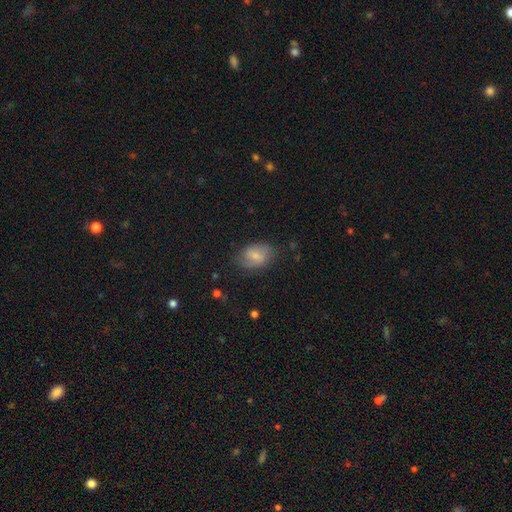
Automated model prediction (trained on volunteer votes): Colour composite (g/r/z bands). It shows a smooth galaxy with no disk features (65%) that is in between round and cigar-shaped (74%). Merging: none (69%).